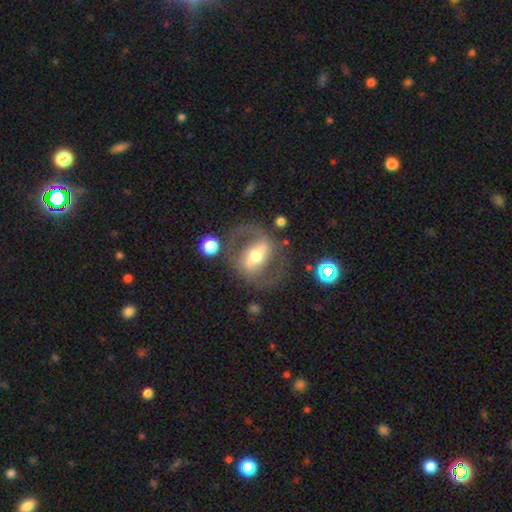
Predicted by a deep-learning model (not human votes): This appears to be a featured or disk galaxy (79%) with a strong bar (64%), 2 (86%) medium (51%) spiral arms (72%) and a moderate central bulge (66%). Merging: none (68%).